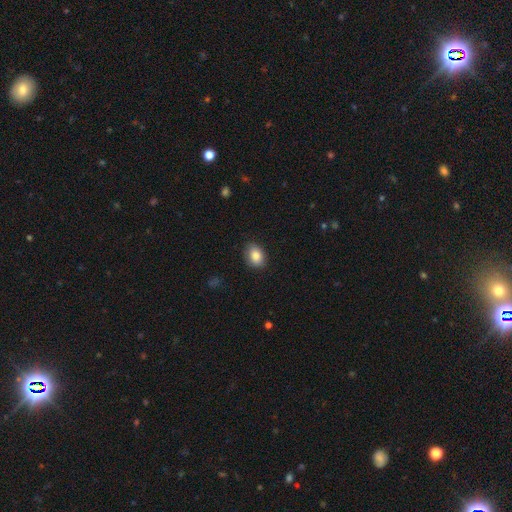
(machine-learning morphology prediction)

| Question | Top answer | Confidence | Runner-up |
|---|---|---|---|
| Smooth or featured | smooth | 84% | featured or disk (8%) |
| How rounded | in between | 73% | round (26%) |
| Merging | none | 84% | minor disturbance (13%) |